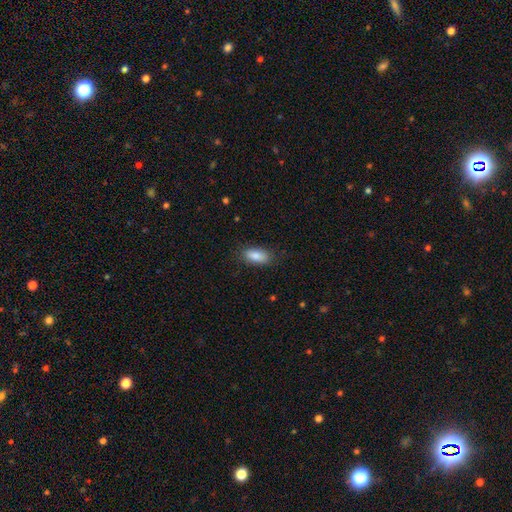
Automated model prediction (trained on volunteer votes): This appears to be a smooth galaxy with no disk features (85%) that is in between round and cigar-shaped (88%). Merging: none (83%).